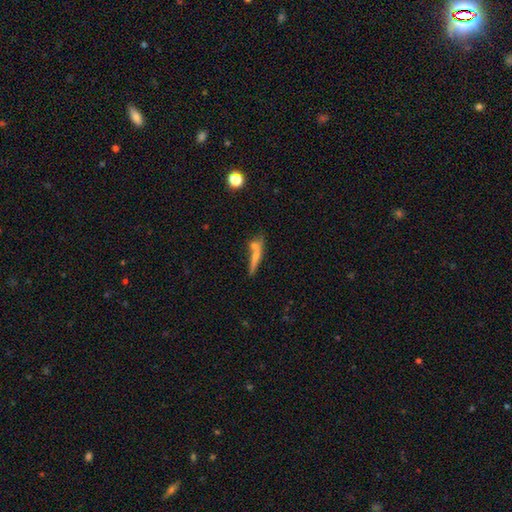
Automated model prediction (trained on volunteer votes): A smooth galaxy with no disk features (54%) that is cigar-shaped (85%). Merging: none (55%).